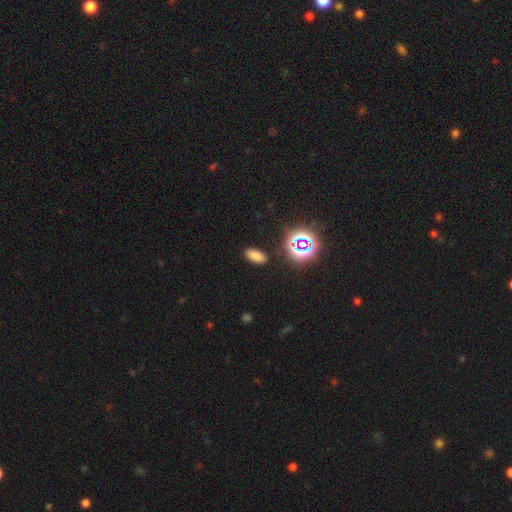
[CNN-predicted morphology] Smooth or featured?
  - smooth: 73% *
  - star or artifact: 21%
  - featured or disk: 6%
How rounded?
  - in between: 87% *
  - cigar-shaped: 7%
  - round: 6%
Merging?
  - none: 88% *
  - minor disturbance: 8%
  - major disturbance: 2%
  - merger: 2%